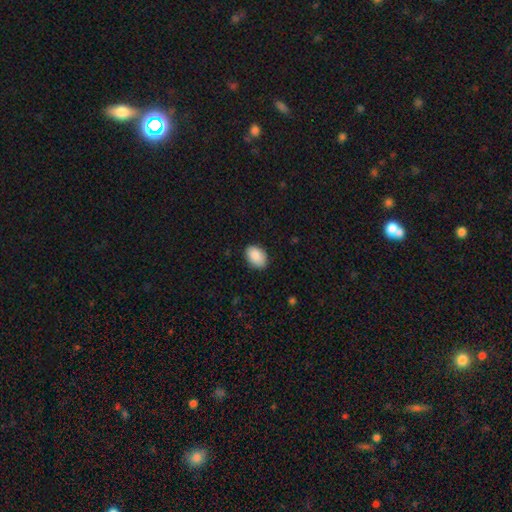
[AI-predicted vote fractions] Morphology: type=smooth (90%); roundness=in between (83%); merging=none (83%).